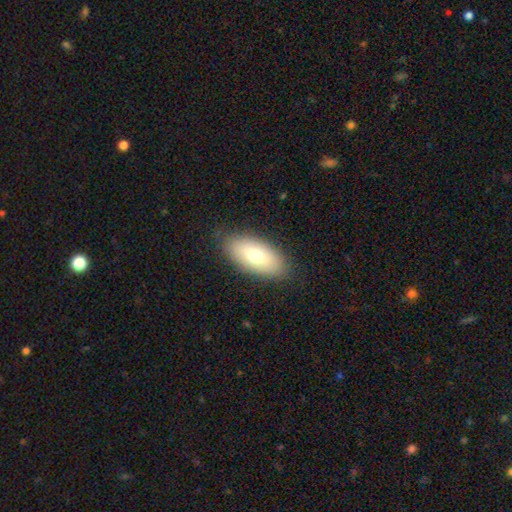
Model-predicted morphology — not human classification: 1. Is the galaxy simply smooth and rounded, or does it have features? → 72% smooth, 21% featured or disk, 7% star or artifact.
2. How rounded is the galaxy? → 89% in between, 8% cigar-shaped, 3% round.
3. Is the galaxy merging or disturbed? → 87% none, 10% minor disturbance, 2% major disturbance, 1% merger.